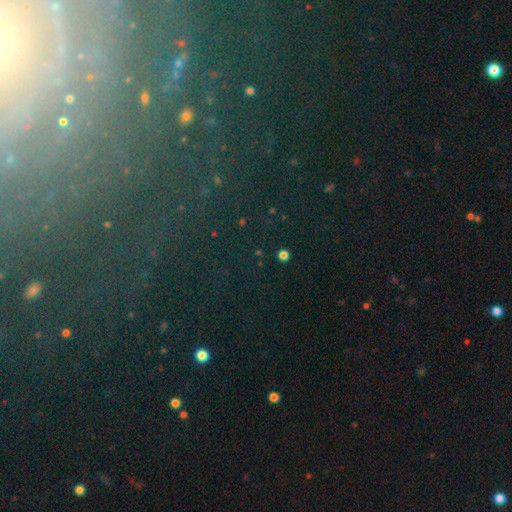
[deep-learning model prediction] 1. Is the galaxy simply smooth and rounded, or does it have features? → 61% star or artifact, 24% featured or disk, 15% smooth.